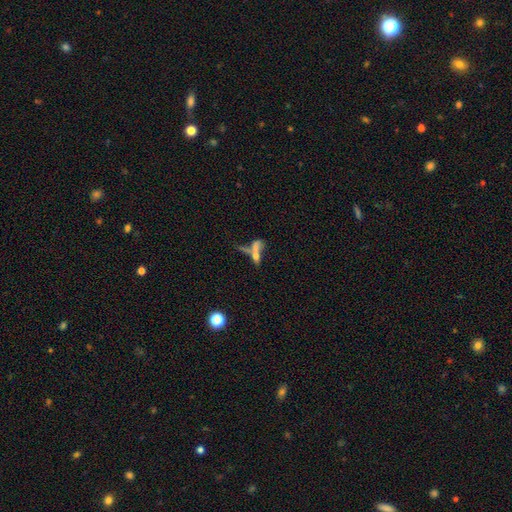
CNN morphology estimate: smooth_or_featured: smooth (p=0.49) [alt: featured or disk p=0.36]
merging: merger (p=0.57) [alt: none p=0.21]